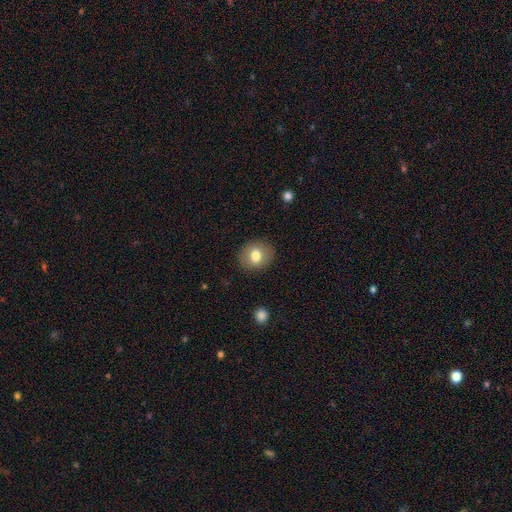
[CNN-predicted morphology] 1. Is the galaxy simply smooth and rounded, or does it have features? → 76% smooth, 16% featured or disk, 9% star or artifact.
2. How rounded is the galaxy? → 65% round, 34% in between, 1% cigar-shaped.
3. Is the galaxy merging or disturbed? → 87% none, 9% minor disturbance, 3% major disturbance, 1% merger.